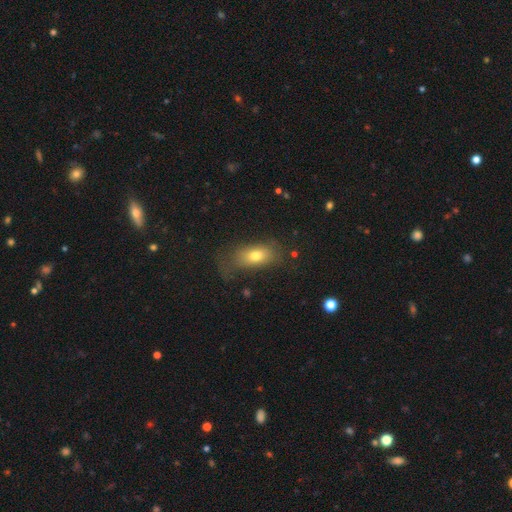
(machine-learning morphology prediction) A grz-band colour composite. It shows a smooth galaxy with no disk features (71%) that is in between round and cigar-shaped (81%). Merging: none (59%).